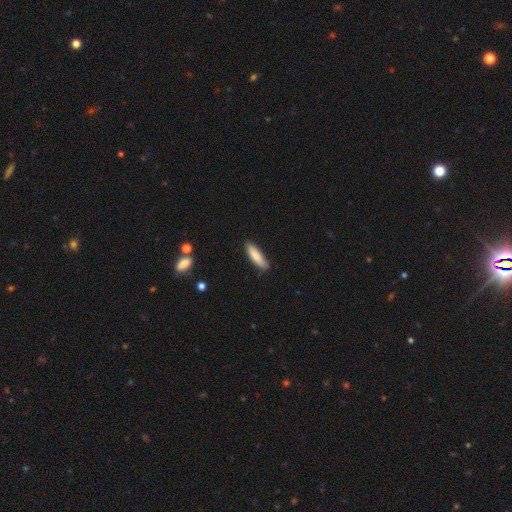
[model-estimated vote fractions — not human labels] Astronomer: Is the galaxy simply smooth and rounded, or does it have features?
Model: smooth — 82%.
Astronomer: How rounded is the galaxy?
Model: cigar-shaped — 65%.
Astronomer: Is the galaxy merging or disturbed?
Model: none — 82%.